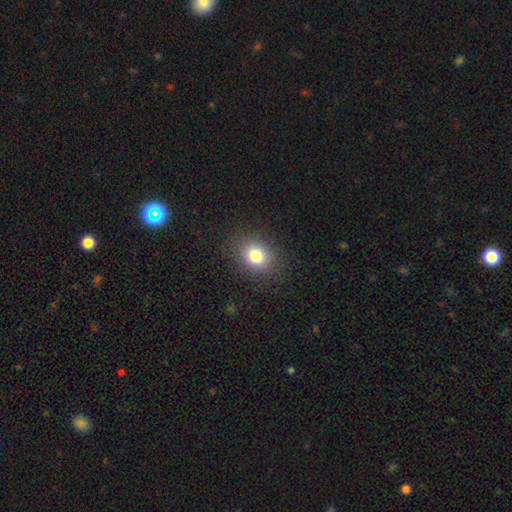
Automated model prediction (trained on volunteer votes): This is likely a smooth galaxy (80%). How rounded: possibly round (55%). Merging: clearly none (87%).